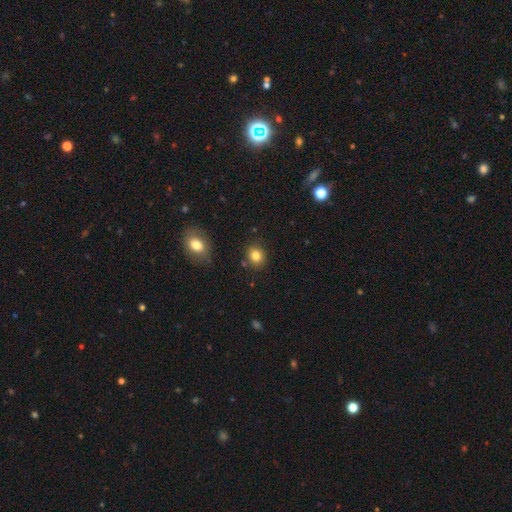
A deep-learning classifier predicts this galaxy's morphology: smooth 82%, star or artifact 11%, featured or disk 6%. Down the decision tree: how rounded — round (72%); merging — none (85%).